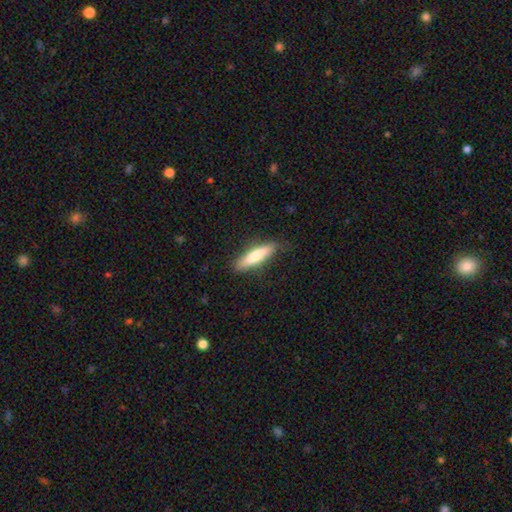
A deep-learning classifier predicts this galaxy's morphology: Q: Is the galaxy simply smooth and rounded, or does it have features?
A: smooth — 74%.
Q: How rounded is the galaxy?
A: cigar-shaped — 71%.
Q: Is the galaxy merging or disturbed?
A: none — 80%.